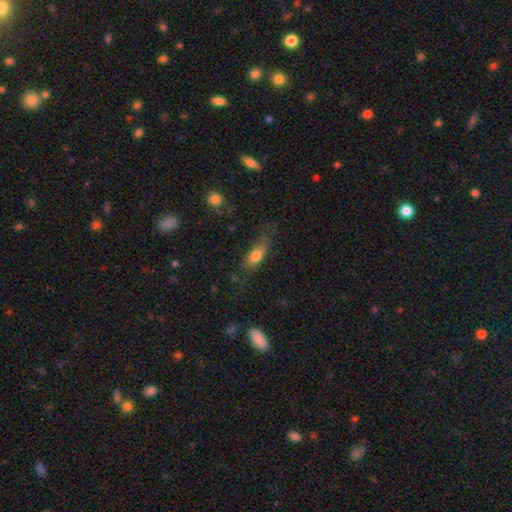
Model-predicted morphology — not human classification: Smooth or featured? smooth (70%)
How rounded? in between (65%)
Merging? none (55%)